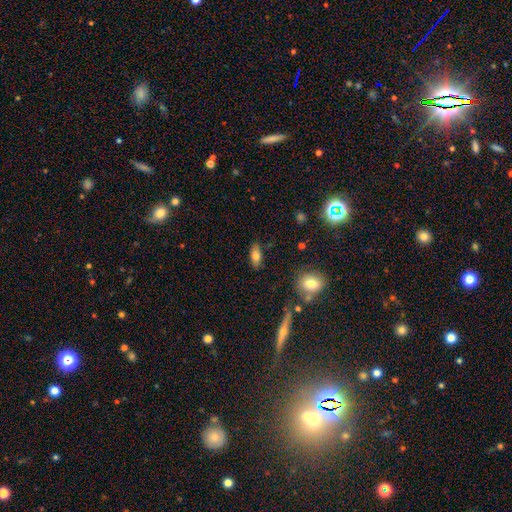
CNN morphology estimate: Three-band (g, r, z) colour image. It shows a smooth galaxy with no disk features (77%) that is in between round and cigar-shaped (81%). Merging: none (82%).